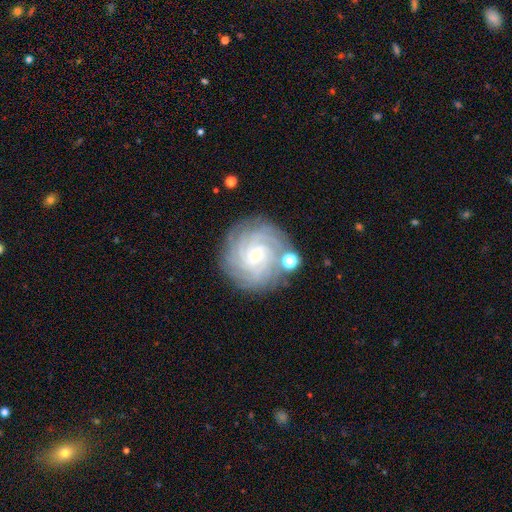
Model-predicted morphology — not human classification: Smooth or featured? Predicted: featured or disk (p=0.85). Edge-on disk? Predicted: no (p=0.98). Bar? Predicted: no (p=0.51). Spiral arms? Predicted: yes (p=0.98). Spiral winding? Predicted: tight (p=0.83). Spiral arm count? Predicted: 4 (p=0.35). Bulge size? Predicted: small (p=0.78). Merging? Predicted: none (p=0.80).